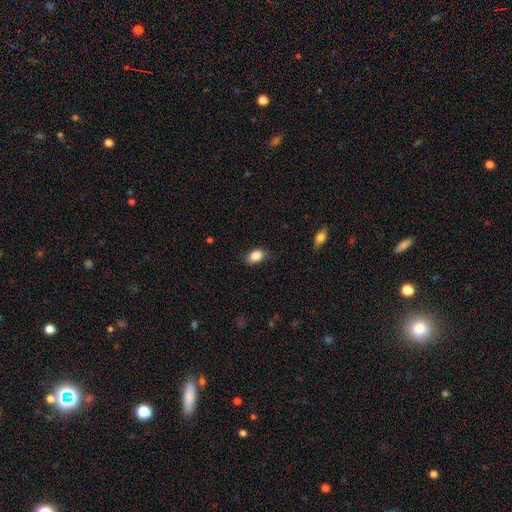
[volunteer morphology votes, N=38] Smooth or featured: smooth — 79% (featured or disk — 16%)
How rounded: in between — 73% (round — 27%)
Merging: none — 69% (minor disturbance — 25%)